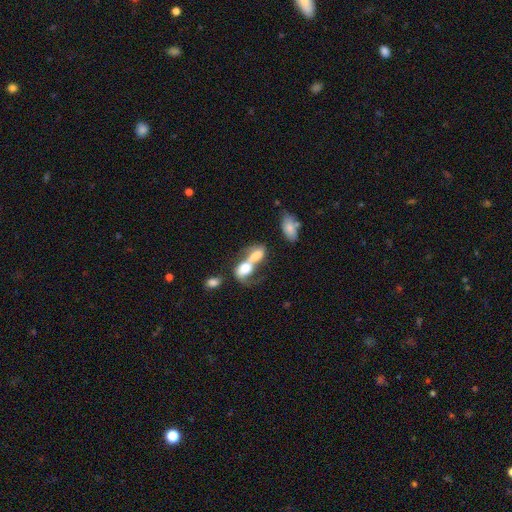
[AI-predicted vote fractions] smooth 59%, featured or disk 32%, star or artifact 9%. Down the decision tree: how rounded — in between (82%); merging — merger (80%).